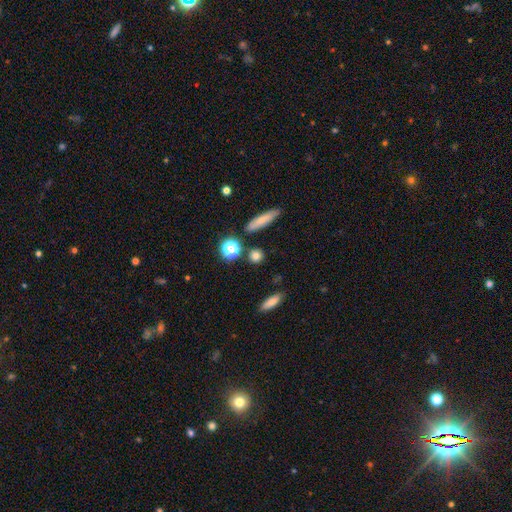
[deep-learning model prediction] The model was most divided on "smooth or featured": smooth: 76%, star or artifact: 15%, featured or disk: 9%. More confident: merging — none (84%); how rounded — round (78%).